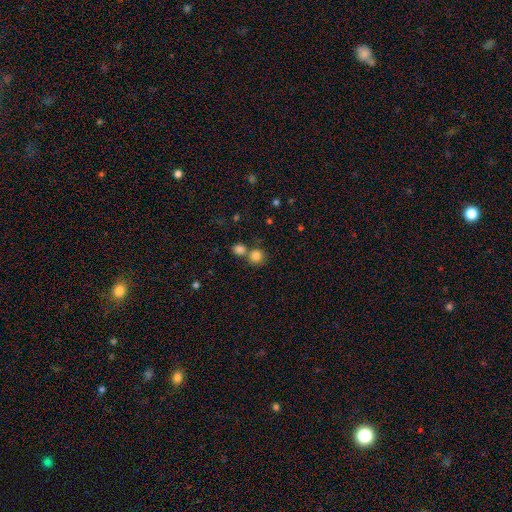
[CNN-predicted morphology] smooth_or_featured: smooth (p=0.83) [alt: star or artifact p=0.11]
how_rounded: round (p=0.89) [alt: in between p=0.10]
merging: none (p=0.57) [alt: merger p=0.32]